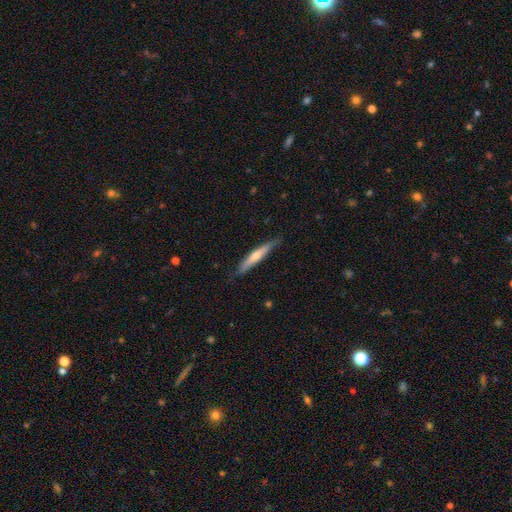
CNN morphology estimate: Q: Smooth or featured?
A: featured or disk (53%); runner-up: smooth (41%)
Q: Edge-on disk?
A: yes (93%); runner-up: no (7%)
Q: Merging?
A: none (81%); runner-up: minor disturbance (15%)